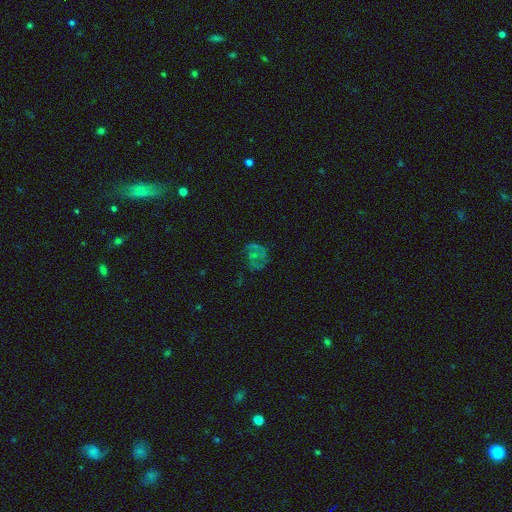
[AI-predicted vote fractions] Morphology: type=featured or disk (52%); edge-on=no (98%); bar=no (74%); spiral arms=yes (53%); bulge=none (39%); merging=none (46%).